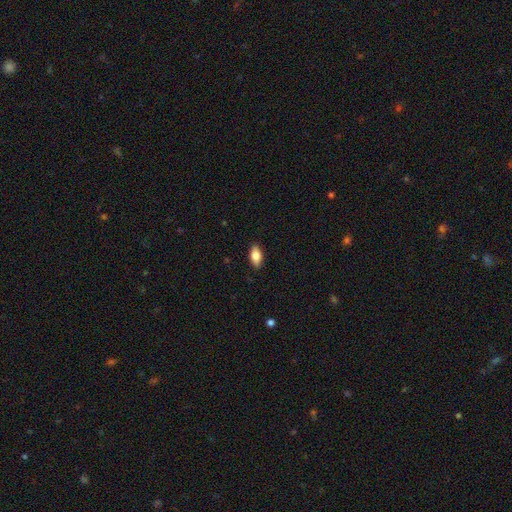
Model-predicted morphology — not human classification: Smooth or featured? smooth (78%)
How rounded? in between (88%)
Merging? none (89%)